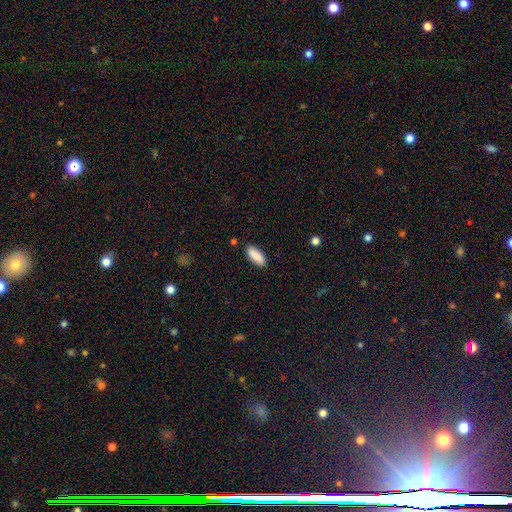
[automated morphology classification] smooth 89%, star or artifact 6%, featured or disk 4%. Down the decision tree: how rounded — in between (73%); merging — none (86%).